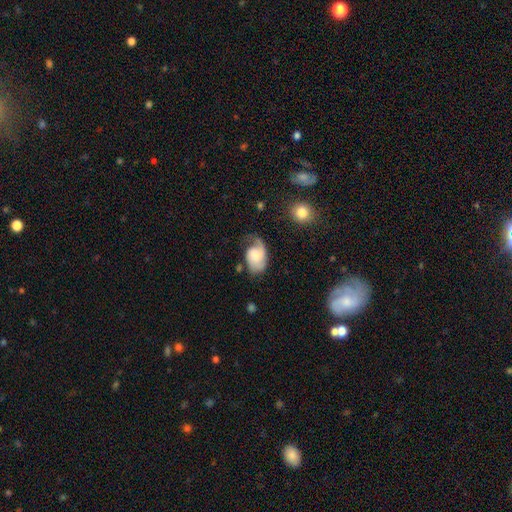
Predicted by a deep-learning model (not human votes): smooth-or-featured: featured or disk: 58% | smooth: 35% | star or artifact: 7%
  disk-edge-on: no: 97% | yes: 3%
    bar: no: 64% | weak: 31% | strong: 5%
    has-spiral-arms: yes: 90% | no: 10%
      spiral-winding: medium: 41% | loose: 32% | tight: 27%
      spiral-arm-count: 2: 43% | 1: 42% | can't tell: 10% | 3: 3% | 4: 1% | more than 4: 1%
    bulge-size: small: 31% | moderate: 29% | none: 21% | large: 15% | dominant: 4%
  merging: none: 41% | minor disturbance: 30% | major disturbance: 26% | merger: 3%